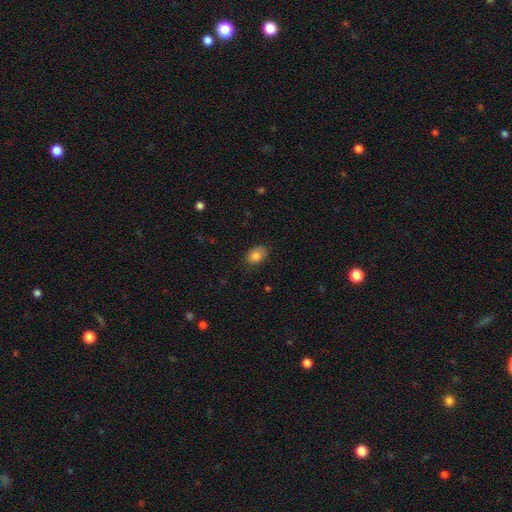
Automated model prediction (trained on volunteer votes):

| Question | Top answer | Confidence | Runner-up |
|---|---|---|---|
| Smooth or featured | smooth | 85% | star or artifact (8%) |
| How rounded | in between | 79% | round (20%) |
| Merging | none | 83% | minor disturbance (13%) |